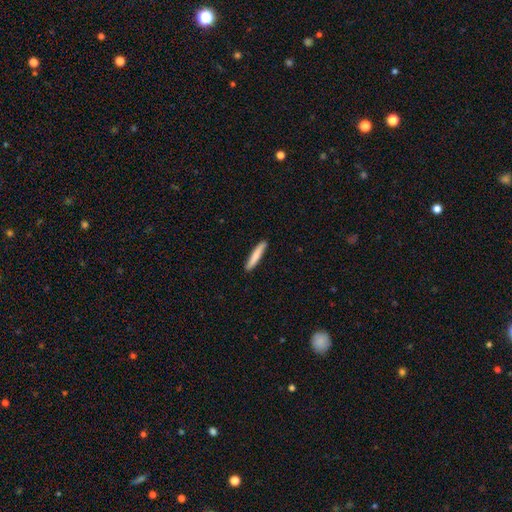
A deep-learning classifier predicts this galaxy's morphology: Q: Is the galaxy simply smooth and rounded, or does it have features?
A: smooth — 78%.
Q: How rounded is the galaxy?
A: cigar-shaped — 94%.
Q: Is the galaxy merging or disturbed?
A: none — 91%.